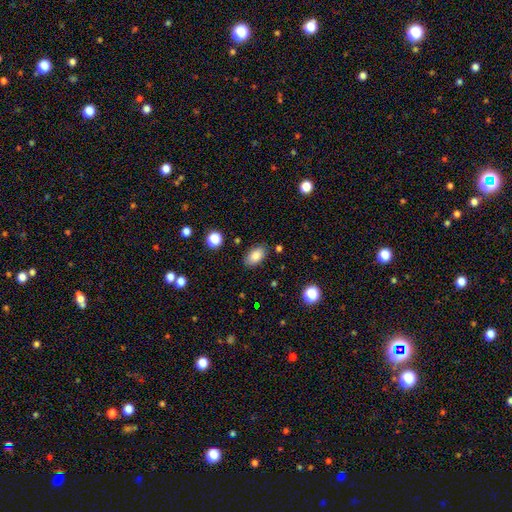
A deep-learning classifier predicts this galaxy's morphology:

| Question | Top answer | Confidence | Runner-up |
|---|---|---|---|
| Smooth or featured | smooth | 85% | star or artifact (9%) |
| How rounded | in between | 91% | round (7%) |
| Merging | none | 84% | minor disturbance (11%) |